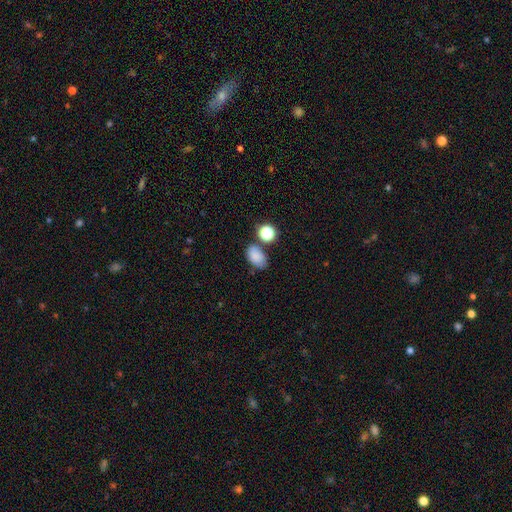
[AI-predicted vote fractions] Q: Smooth or featured?
A: smooth (82%); runner-up: star or artifact (11%)
Q: How rounded?
A: in between (86%); runner-up: round (13%)
Q: Merging?
A: none (63%); runner-up: minor disturbance (19%)